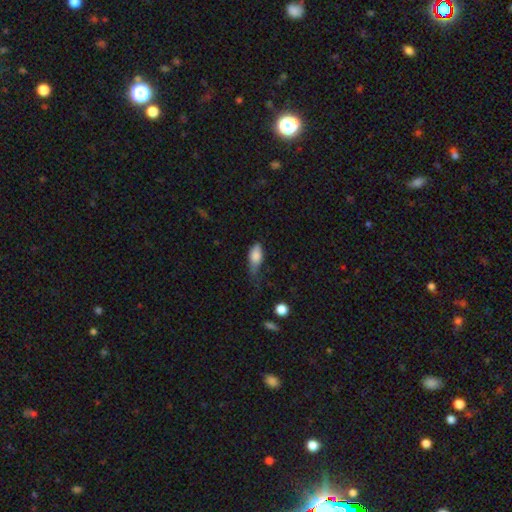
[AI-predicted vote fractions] Smooth or featured? Predicted: smooth (p=0.82). How rounded? Predicted: in between (p=0.85). Merging? Predicted: minor disturbance (p=0.45).